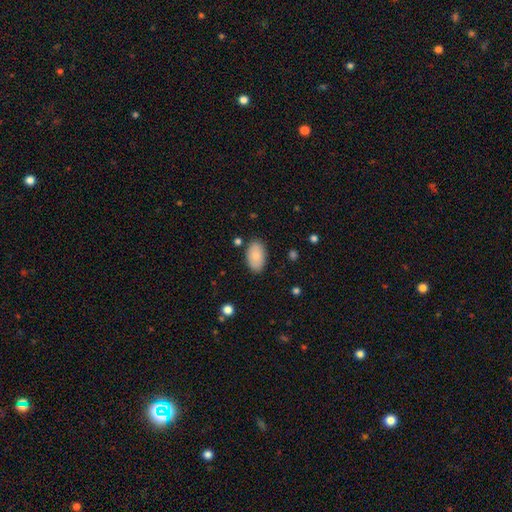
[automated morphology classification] This appears to be a smooth galaxy with no disk features (83%) that is in between round and cigar-shaped (94%). Merging: none (84%).